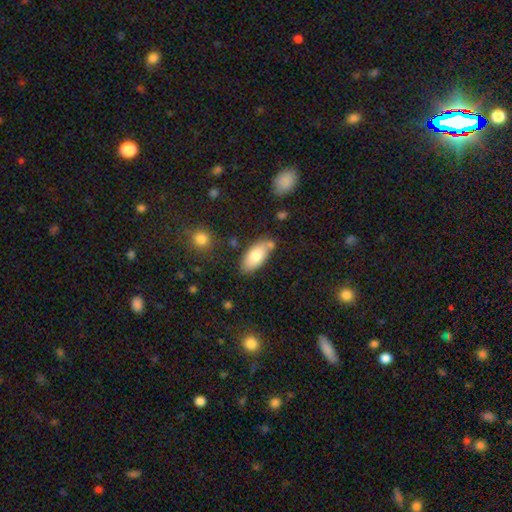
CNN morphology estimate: Smooth or featured?
  - smooth: 77% *
  - featured or disk: 17%
  - star or artifact: 6%
How rounded?
  - in between: 90% *
  - cigar-shaped: 8%
  - round: 2%
Merging?
  - none: 70% *
  - minor disturbance: 17%
  - merger: 9%
  - major disturbance: 4%